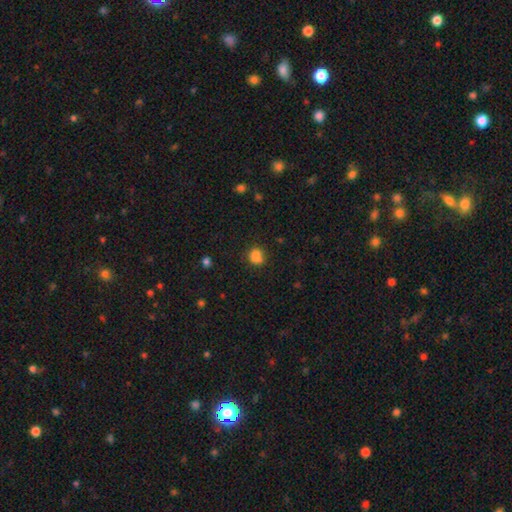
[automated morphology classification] The model was most divided on "merging": none: 41%, merger: 35%, minor disturbance: 17%, major disturbance: 7%. More confident: smooth or featured — smooth (75%); how rounded — round (68%).